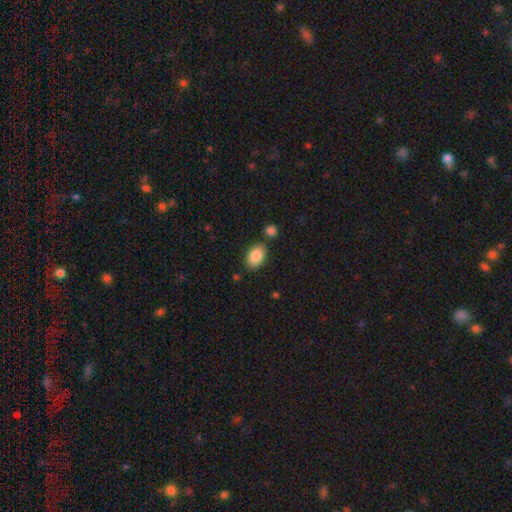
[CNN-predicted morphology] Smooth or featured?
  - smooth: 87% *
  - star or artifact: 7%
  - featured or disk: 6%
How rounded?
  - in between: 90% *
  - round: 8%
  - cigar-shaped: 1%
Merging?
  - none: 78% *
  - minor disturbance: 12%
  - merger: 7%
  - major disturbance: 3%